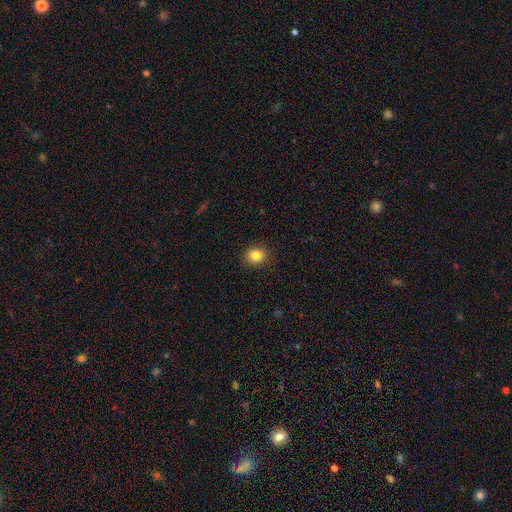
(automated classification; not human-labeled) A smooth galaxy with no disk features (83%) that is round (74%). Merging: none (90%).